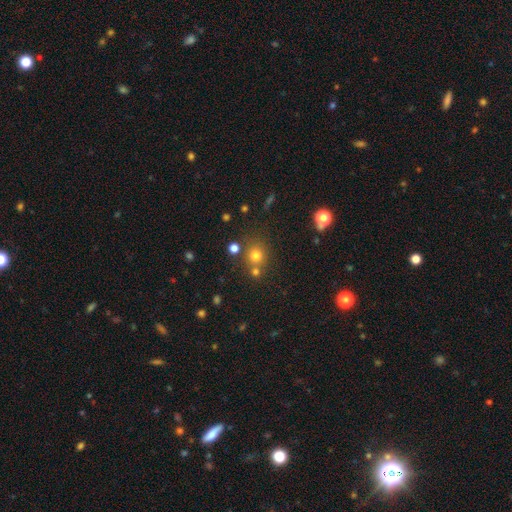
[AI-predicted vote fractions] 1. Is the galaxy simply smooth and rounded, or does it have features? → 73% smooth, 19% star or artifact, 8% featured or disk.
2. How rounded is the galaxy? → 88% round, 11% in between, 1% cigar-shaped.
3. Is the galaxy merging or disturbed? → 69% none, 19% merger, 9% minor disturbance, 4% major disturbance.